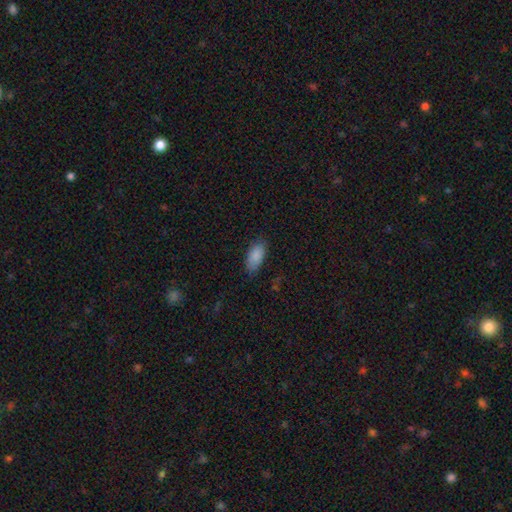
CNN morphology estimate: Smooth or featured?
  - smooth: 88% *
  - star or artifact: 7%
  - featured or disk: 5%
How rounded?
  - in between: 91% *
  - cigar-shaped: 7%
  - round: 2%
Merging?
  - none: 79% *
  - minor disturbance: 17%
  - major disturbance: 4%
  - merger: 1%